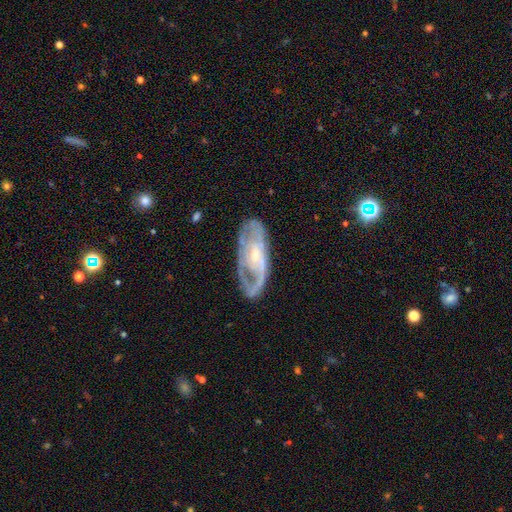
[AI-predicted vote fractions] This is likely a featured or disk galaxy (78%). It is clearly not viewed edge-on (90%). Bar: possibly no (58%). Spiral arm pattern: clearly yes (81%). Spiral arm count: marginally can't tell (36%). Spiral winding: marginally tight (43%). Central bulge: likely small (62%). Merging: likely none (61%).